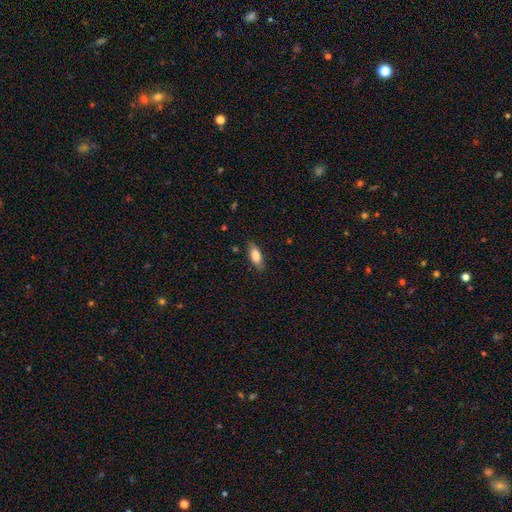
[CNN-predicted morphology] type=smooth (79%); roundness=in between (80%); merging=none (80%).